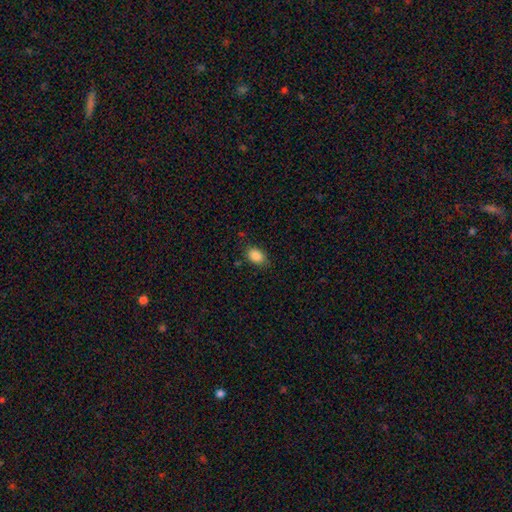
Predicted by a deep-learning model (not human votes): smooth-or-featured: smooth: 88% | star or artifact: 8% | featured or disk: 4%
  how-rounded: in between: 85% | round: 14% | cigar-shaped: 1%
  merging: none: 80% | minor disturbance: 15% | major disturbance: 4% | merger: 1%